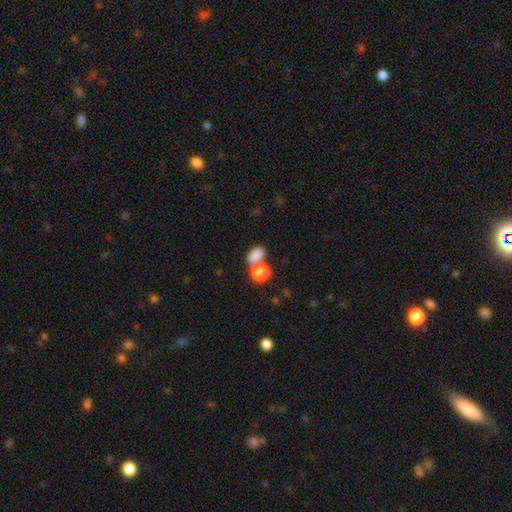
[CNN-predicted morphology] Smooth or featured?
  - smooth: 82% *
  - star or artifact: 12%
  - featured or disk: 6%
How rounded?
  - in between: 74% *
  - round: 24%
  - cigar-shaped: 2%
Merging?
  - none: 52% *
  - merger: 33%
  - minor disturbance: 10%
  - major disturbance: 5%